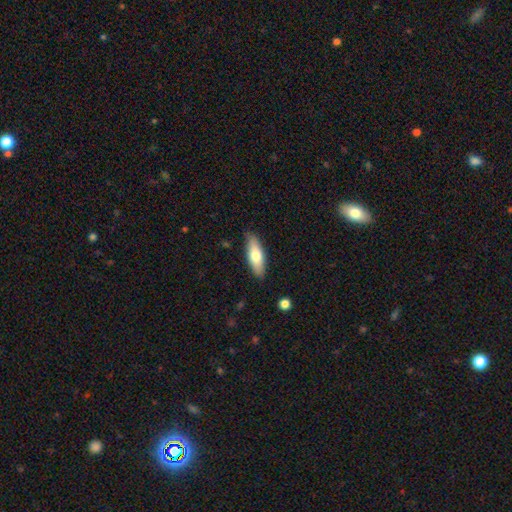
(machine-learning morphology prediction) Smooth or featured: smooth — 68% (featured or disk — 26%)
How rounded: in between — 59% (cigar-shaped — 39%)
Merging: none — 86% (minor disturbance — 11%)